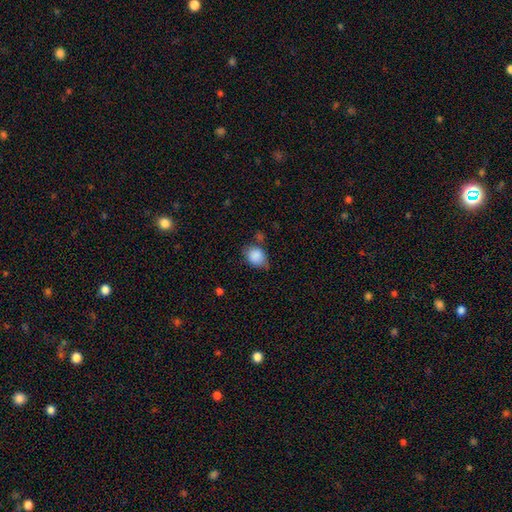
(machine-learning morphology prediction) smooth 86%, star or artifact 8%, featured or disk 6%. Down the decision tree: how rounded — in between (53%); merging — none (53%).